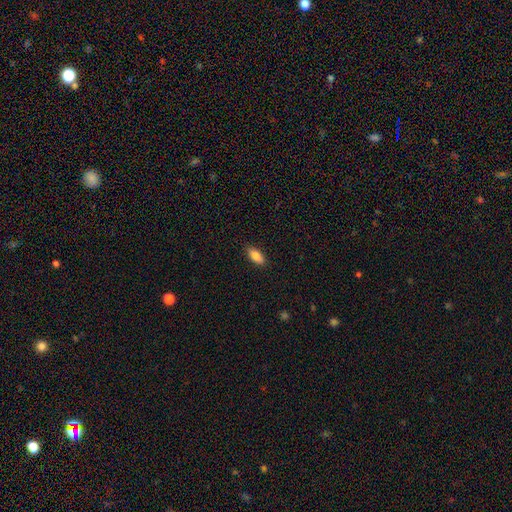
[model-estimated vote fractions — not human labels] smooth 86%, star or artifact 7%, featured or disk 7%. Down the decision tree: how rounded — in between (83%); merging — none (87%).